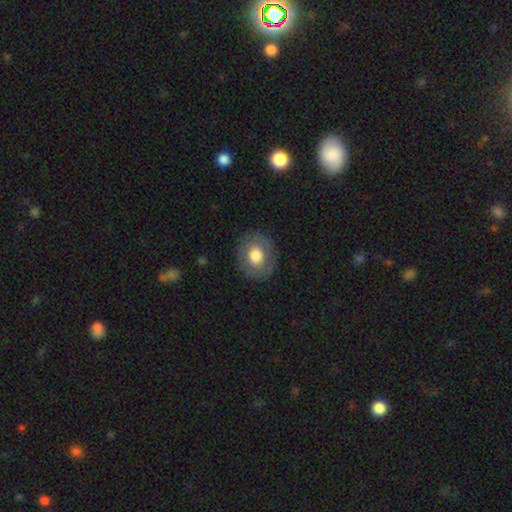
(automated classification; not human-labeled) This is likely a smooth galaxy (71%). How rounded: likely round (70%). Merging: clearly none (85%).